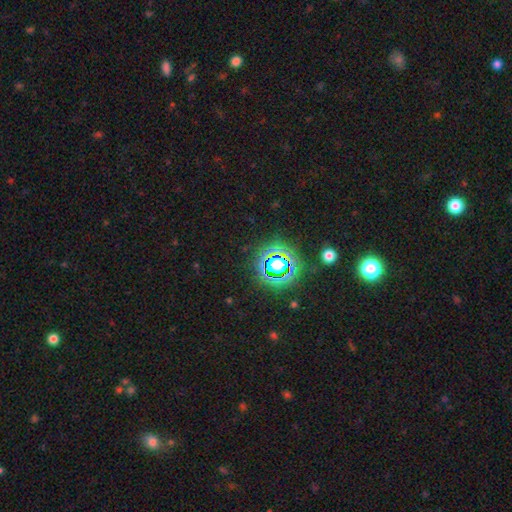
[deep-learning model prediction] smooth-or-featured: star or artifact: 78% | smooth: 15% | featured or disk: 7%